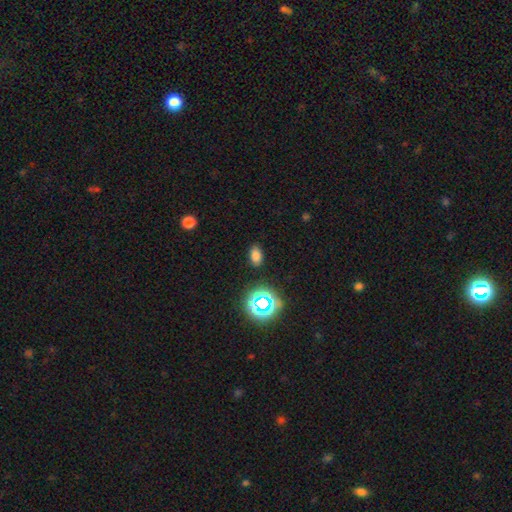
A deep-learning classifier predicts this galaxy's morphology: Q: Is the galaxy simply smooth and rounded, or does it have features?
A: smooth — 72%.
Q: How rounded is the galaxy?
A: in between — 86%.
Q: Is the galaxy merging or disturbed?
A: none — 86%.